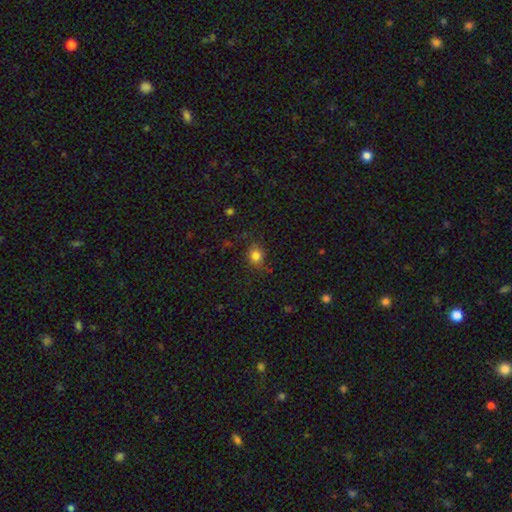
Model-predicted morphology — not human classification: smooth 81%, star or artifact 13%, featured or disk 6%. Down the decision tree: how rounded — round (71%); merging — none (79%).